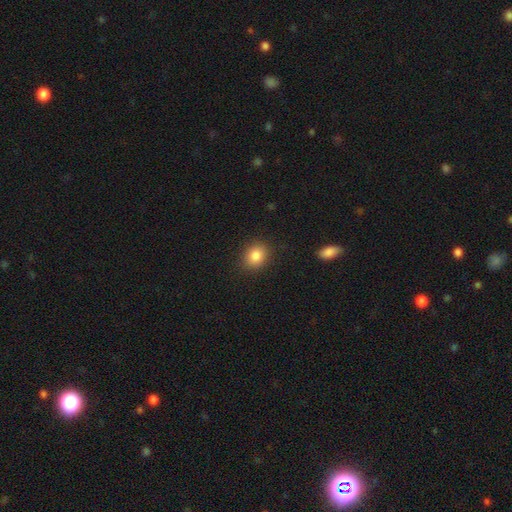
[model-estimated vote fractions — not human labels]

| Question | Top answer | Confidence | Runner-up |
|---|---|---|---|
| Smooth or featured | smooth | 85% | star or artifact (10%) |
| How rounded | round | 59% | in between (40%) |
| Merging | none | 88% | minor disturbance (8%) |